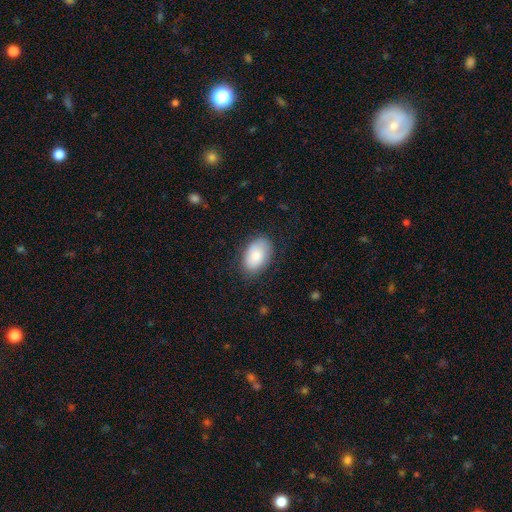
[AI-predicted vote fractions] Smooth or featured? smooth (83%)
How rounded? in between (91%)
Merging? none (79%)